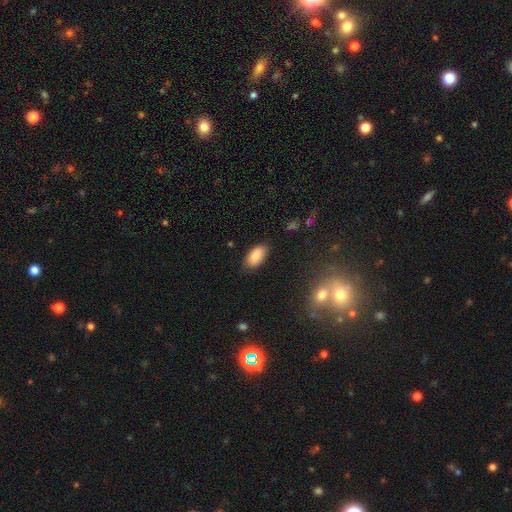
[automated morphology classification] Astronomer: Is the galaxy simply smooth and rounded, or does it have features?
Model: smooth — 87%.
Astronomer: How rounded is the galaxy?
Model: in between — 94%.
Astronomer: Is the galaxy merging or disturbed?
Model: none — 81%.